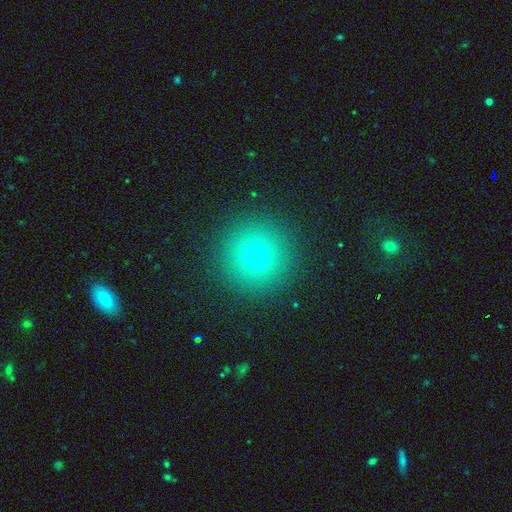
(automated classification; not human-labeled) Morphology: type=smooth (71%); roundness=round (96%); merging=none (91%).